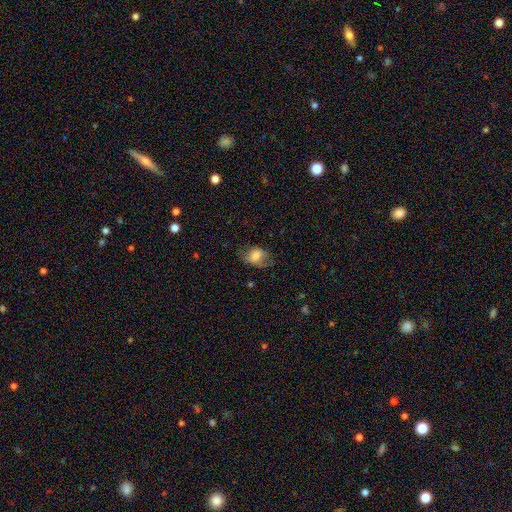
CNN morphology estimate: Smooth or featured? Predicted: smooth (p=0.69). How rounded? Predicted: in between (p=0.73). Merging? Predicted: none (p=0.51).